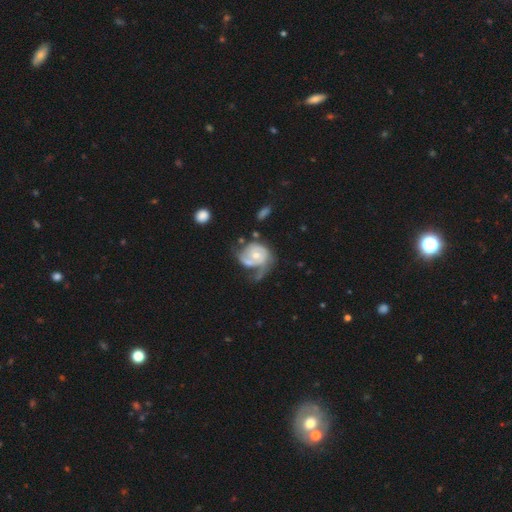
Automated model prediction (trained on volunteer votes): smooth-or-featured: featured or disk: 77% | smooth: 18% | star or artifact: 5%
  disk-edge-on: no: 98% | yes: 2%
    bar: no: 72% | weak: 24% | strong: 4%
    has-spiral-arms: yes: 87% | no: 13%
      spiral-winding: tight: 47% | medium: 35% | loose: 18%
      spiral-arm-count: 2: 41% | 1: 32% | can't tell: 17% | 3: 6% | 4: 2% | more than 4: 2%
    bulge-size: moderate: 55% | small: 38% | large: 3% | none: 2% | dominant: 1%
  merging: major disturbance: 33% | none: 32% | minor disturbance: 23% | merger: 12%